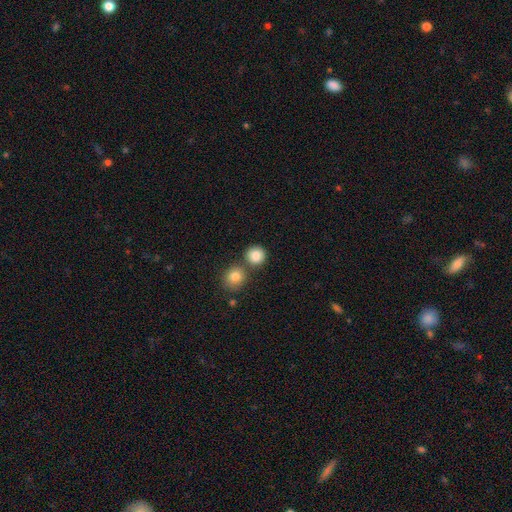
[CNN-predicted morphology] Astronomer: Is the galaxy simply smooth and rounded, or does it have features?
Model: smooth — 85%.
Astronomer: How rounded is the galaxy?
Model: round — 90%.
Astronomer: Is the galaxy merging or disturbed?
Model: none — 68%.